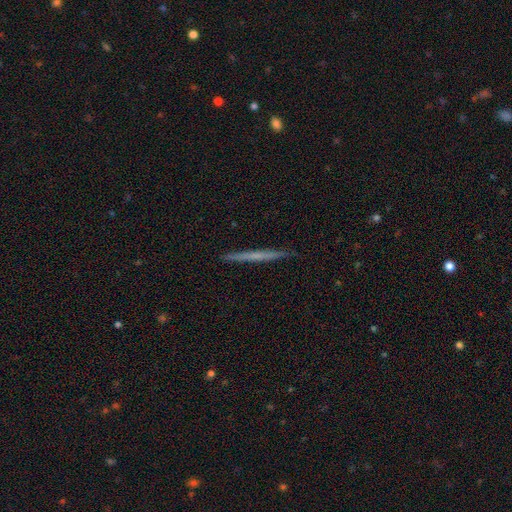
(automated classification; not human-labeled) Morphology: type=featured or disk (48%); merging=none (93%).